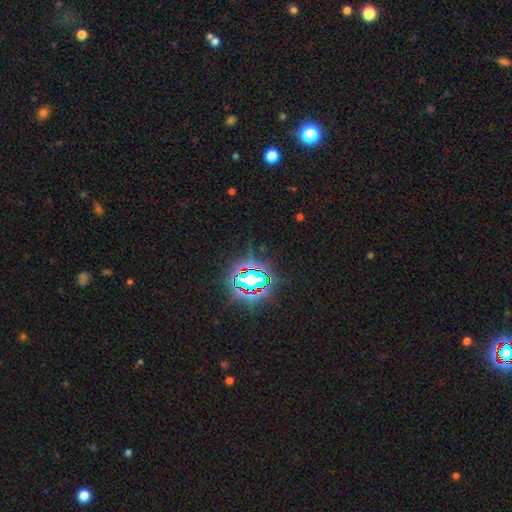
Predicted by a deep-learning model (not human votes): Smooth or featured? star or artifact (83%)